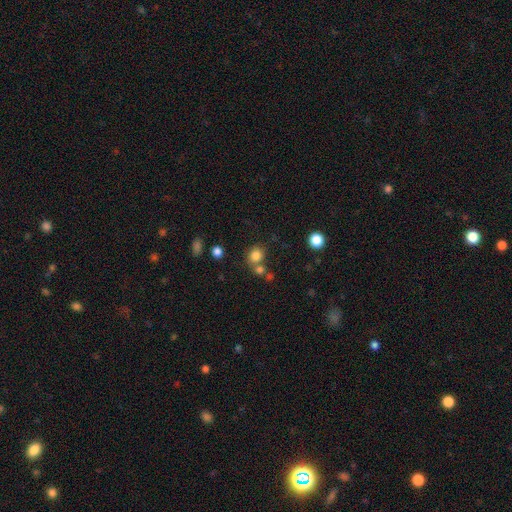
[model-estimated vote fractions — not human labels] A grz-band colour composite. It shows a smooth galaxy with no disk features (81%) that is round (80%). Merging: none (62%).